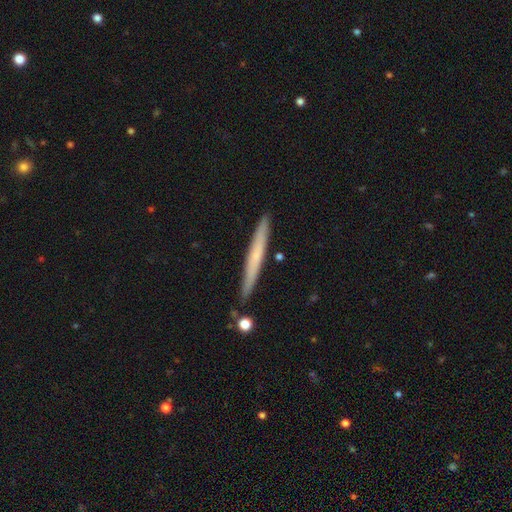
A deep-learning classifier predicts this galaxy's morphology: Smooth or featured: smooth — 54% (featured or disk — 40%)
How rounded: cigar-shaped — 97% (in between — 2%)
Merging: none — 88% (minor disturbance — 8%)